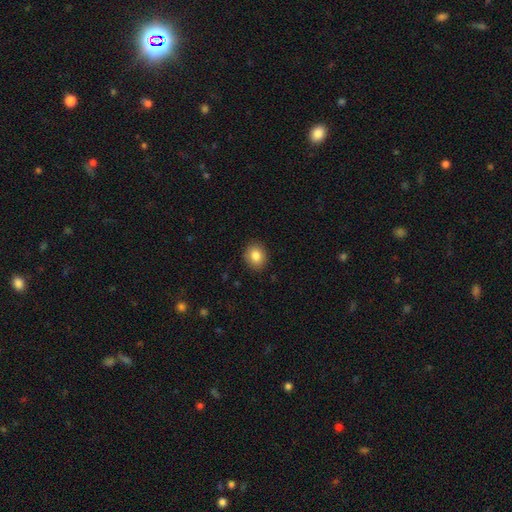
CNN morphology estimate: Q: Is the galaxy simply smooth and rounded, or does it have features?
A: smooth — 84%.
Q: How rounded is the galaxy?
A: round — 63%.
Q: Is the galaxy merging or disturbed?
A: none — 89%.